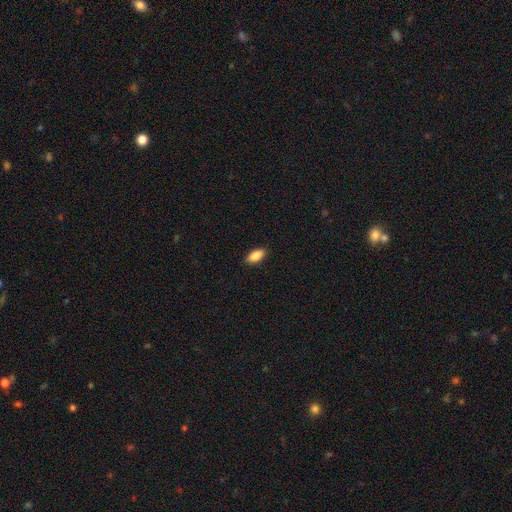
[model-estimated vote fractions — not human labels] A smooth galaxy with no disk features (87%) that is in between round and cigar-shaped (90%). Merging: none (89%).